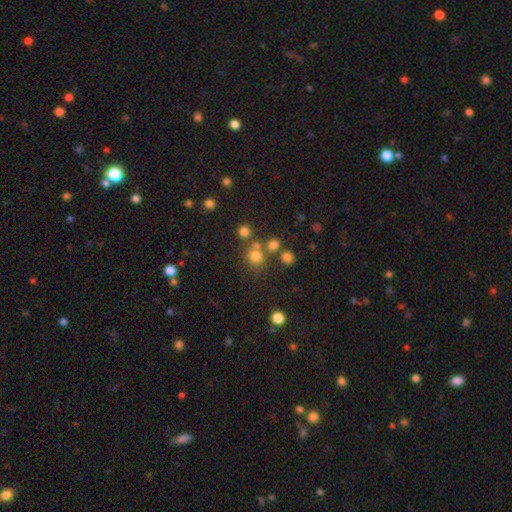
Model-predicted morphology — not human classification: The model was most divided on "merging": none: 66%, merger: 20%, minor disturbance: 9%, major disturbance: 5%. More confident: how rounded — round (87%); smooth or featured — smooth (73%).